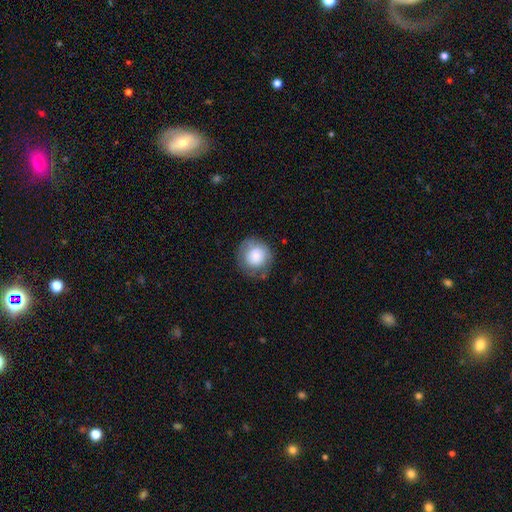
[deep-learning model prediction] Smooth or featured?
  - smooth: 77% *
  - featured or disk: 16%
  - star or artifact: 7%
How rounded?
  - round: 91% *
  - in between: 8%
  - cigar-shaped: 1%
Merging?
  - none: 73% *
  - minor disturbance: 18%
  - major disturbance: 7%
  - merger: 2%